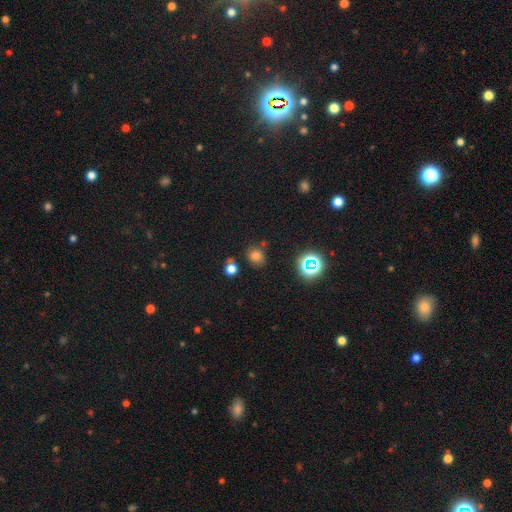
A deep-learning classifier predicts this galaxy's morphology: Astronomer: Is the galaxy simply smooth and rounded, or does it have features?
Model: smooth — 72%.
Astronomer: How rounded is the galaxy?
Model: round — 74%.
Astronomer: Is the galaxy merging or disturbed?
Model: none — 75%.